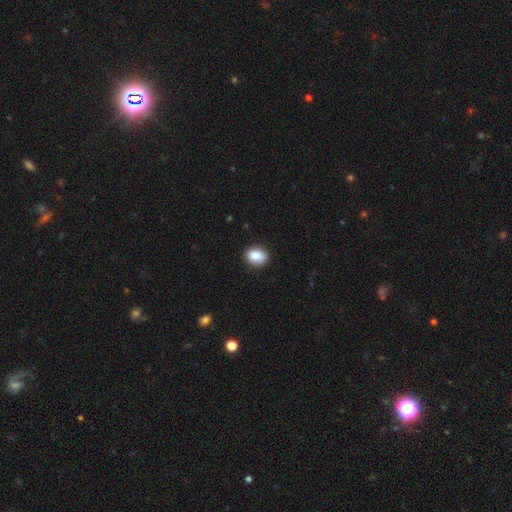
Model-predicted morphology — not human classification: Smooth or featured? smooth (87%)
How rounded? in between (61%)
Merging? none (85%)